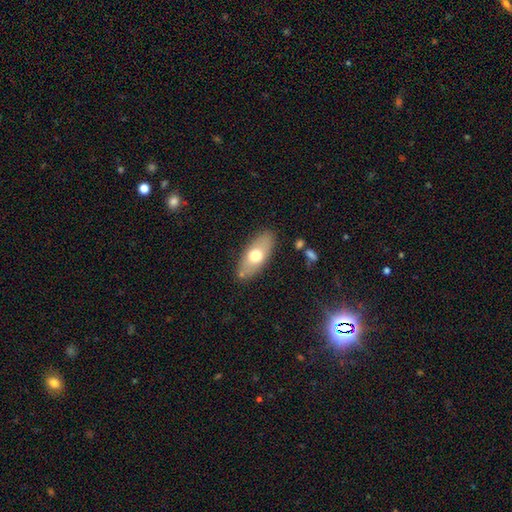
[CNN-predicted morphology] Overall: smooth (63%; featured or disk 31%). How rounded: in between (82%). Merging: none (82%).